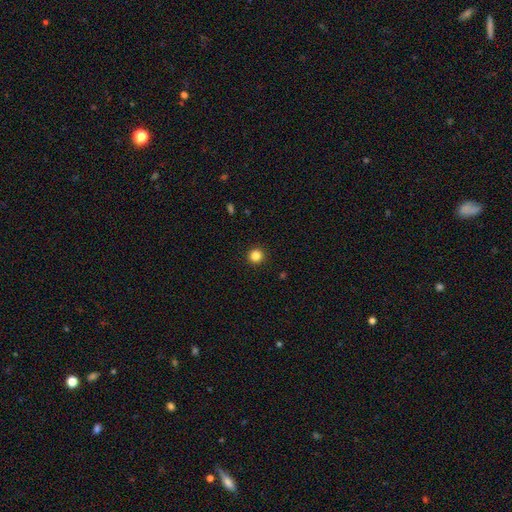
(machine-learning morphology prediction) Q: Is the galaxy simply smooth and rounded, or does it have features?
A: smooth — 84%.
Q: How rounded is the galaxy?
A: round — 96%.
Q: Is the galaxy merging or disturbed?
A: none — 93%.